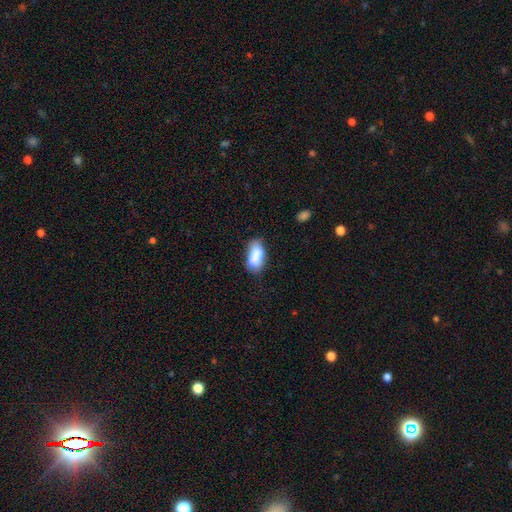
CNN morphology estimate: smooth-or-featured: smooth: 80% | featured or disk: 12% | star or artifact: 8%
  how-rounded: in between: 88% | cigar-shaped: 8% | round: 4%
  merging: none: 57% | minor disturbance: 26% | merger: 9% | major disturbance: 8%